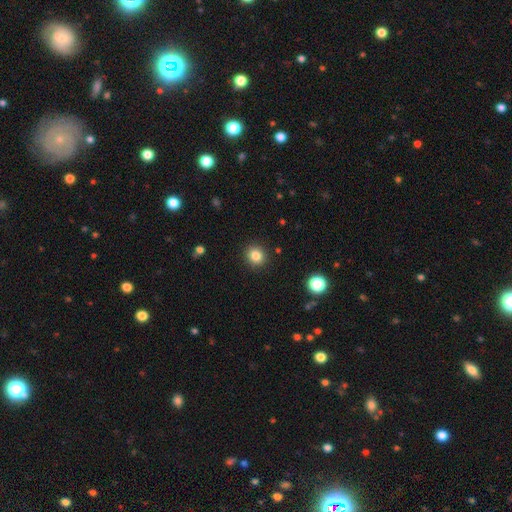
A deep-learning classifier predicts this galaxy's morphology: Overall: smooth (84%). How rounded: round (87%). Merging: none (91%).